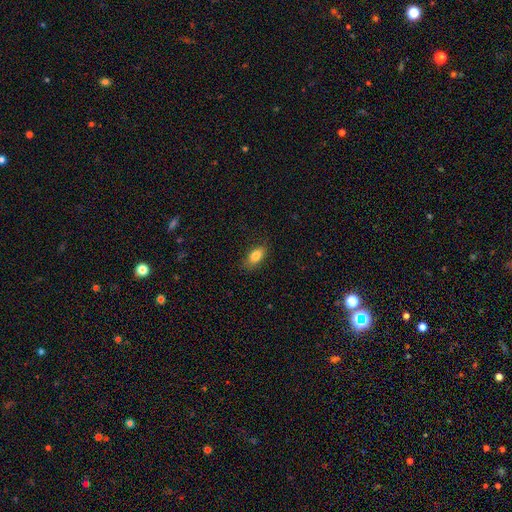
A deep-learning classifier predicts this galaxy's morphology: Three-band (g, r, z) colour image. It shows a smooth galaxy with no disk features (84%) that is in between round and cigar-shaped (87%). Merging: none (81%).